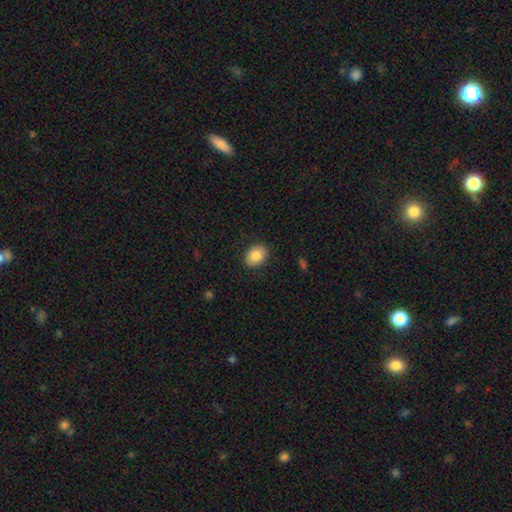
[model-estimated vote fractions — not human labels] A smooth galaxy with no disk features (85%) that is in between round and cigar-shaped (66%). Merging: none (89%).